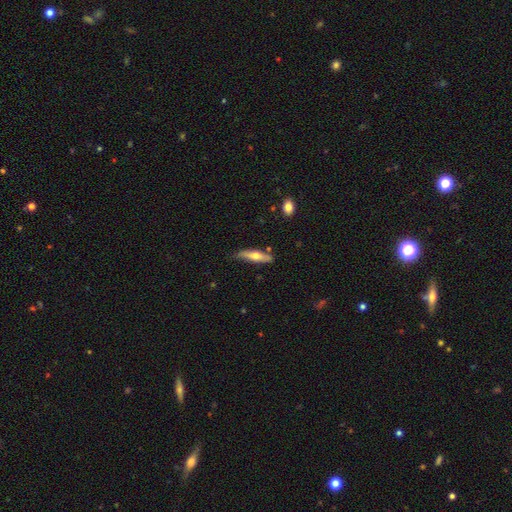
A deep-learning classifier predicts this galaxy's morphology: smooth-or-featured: smooth: 51% | featured or disk: 43% | star or artifact: 6%
  how-rounded: cigar-shaped: 73% | in between: 25% | round: 2%
  merging: none: 72% | minor disturbance: 22% | major disturbance: 4% | merger: 3%